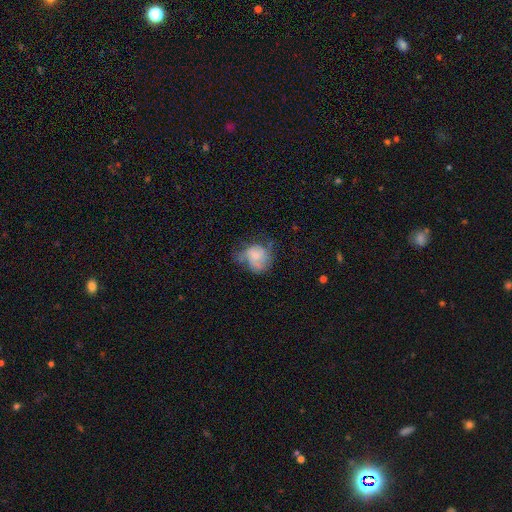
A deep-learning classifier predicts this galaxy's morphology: smooth 58%, featured or disk 33%, star or artifact 9%. Down the decision tree: how rounded — round (66%); merging — minor disturbance (35%).